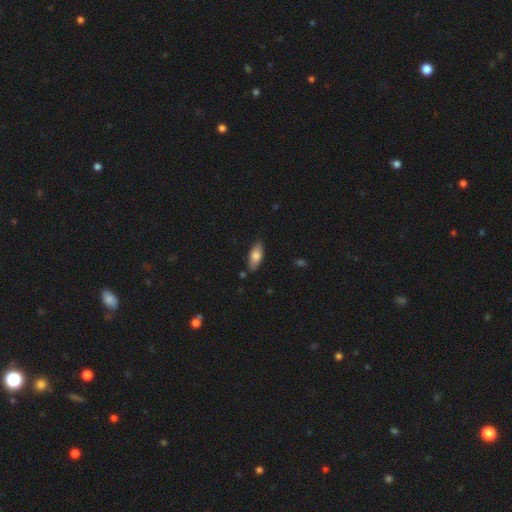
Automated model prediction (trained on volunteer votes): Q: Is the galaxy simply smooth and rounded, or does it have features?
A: smooth — 76%.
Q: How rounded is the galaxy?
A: in between — 82%.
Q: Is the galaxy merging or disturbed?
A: none — 82%.